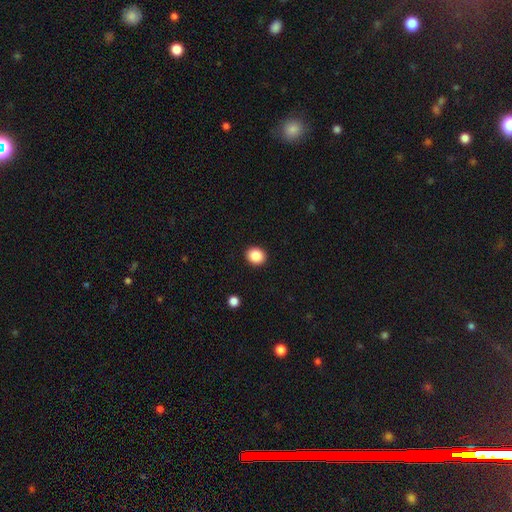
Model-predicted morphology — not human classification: smooth-or-featured: smooth: 88% | star or artifact: 9% | featured or disk: 3%
  how-rounded: round: 70% | in between: 29% | cigar-shaped: 1%
  merging: none: 92% | minor disturbance: 5% | major disturbance: 2% | merger: 1%